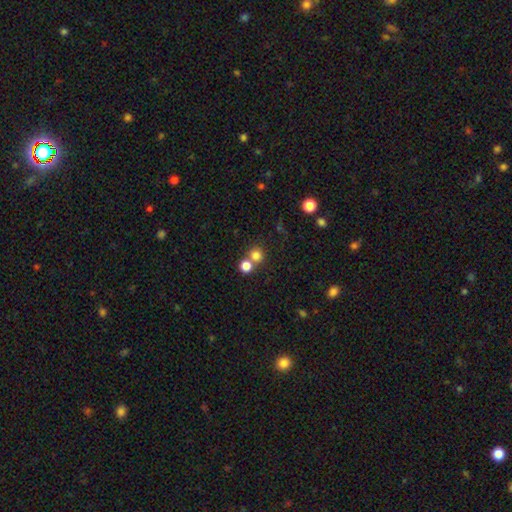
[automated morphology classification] Overall: smooth (78%). How rounded: round (89%). Merging: none (57%; merger 34%).